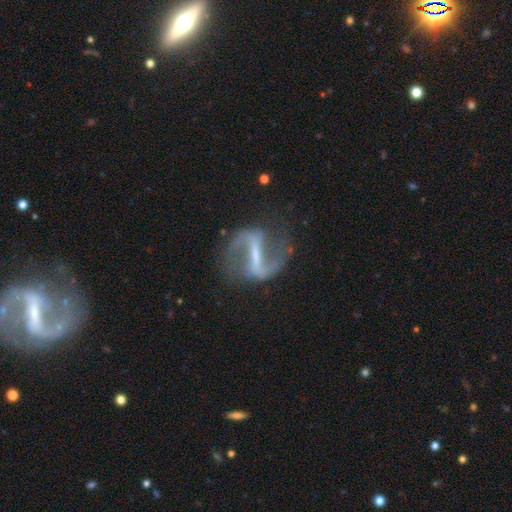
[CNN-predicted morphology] A featured or disk galaxy (90%) with a strong bar (72%), 2 (93%) loose (57%) spiral arms (94%) and a small central bulge (45%). Merging: none (76%).